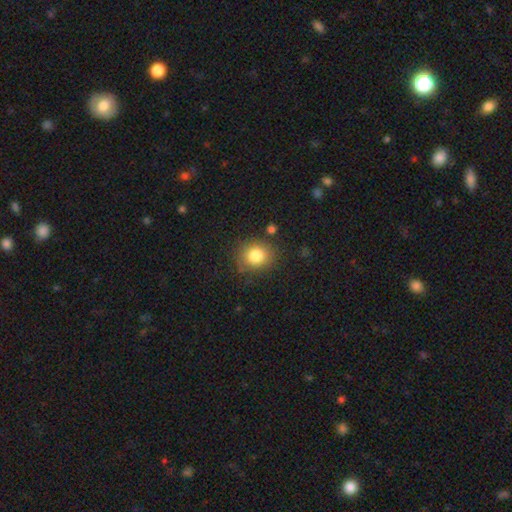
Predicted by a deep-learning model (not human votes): smooth_or_featured: smooth (p=0.82) [alt: star or artifact p=0.11]
how_rounded: round (p=0.77) [alt: in between p=0.22]
merging: none (p=0.83) [alt: minor disturbance p=0.11]